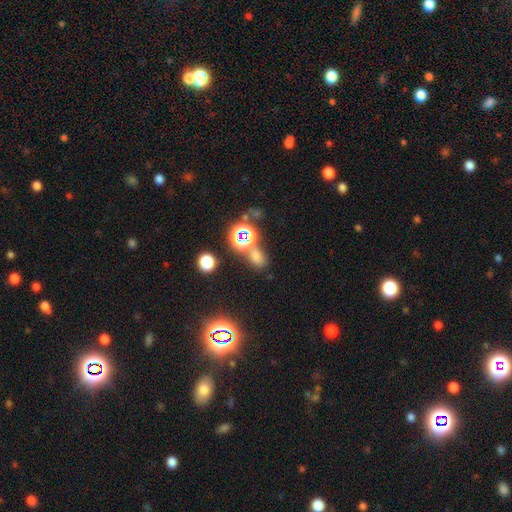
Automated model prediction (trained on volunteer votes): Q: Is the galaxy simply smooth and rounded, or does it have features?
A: smooth — 57%.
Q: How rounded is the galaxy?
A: in between — 61%.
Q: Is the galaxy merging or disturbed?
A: none — 62%.